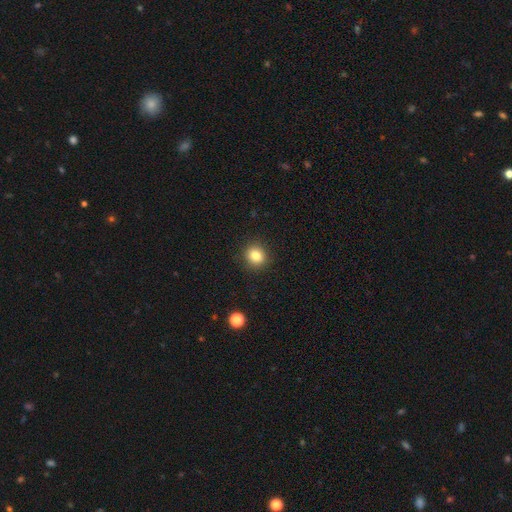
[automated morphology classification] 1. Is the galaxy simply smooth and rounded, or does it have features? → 83% smooth, 11% star or artifact, 6% featured or disk.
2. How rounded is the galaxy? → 83% round, 16% in between, 1% cigar-shaped.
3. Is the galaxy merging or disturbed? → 91% none, 6% minor disturbance, 2% major disturbance, 1% merger.